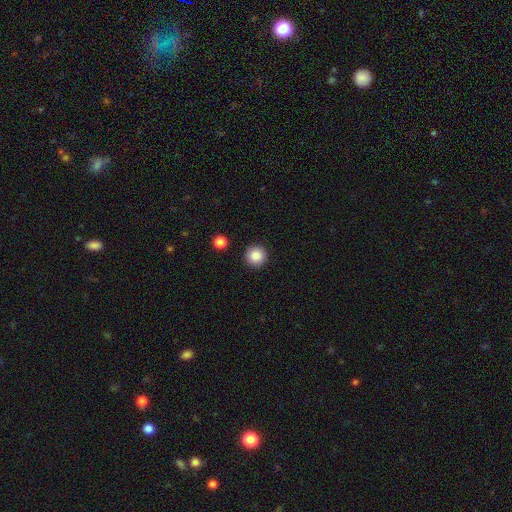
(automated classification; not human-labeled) A smooth galaxy with no disk features (87%) that is round (96%). Merging: none (92%).